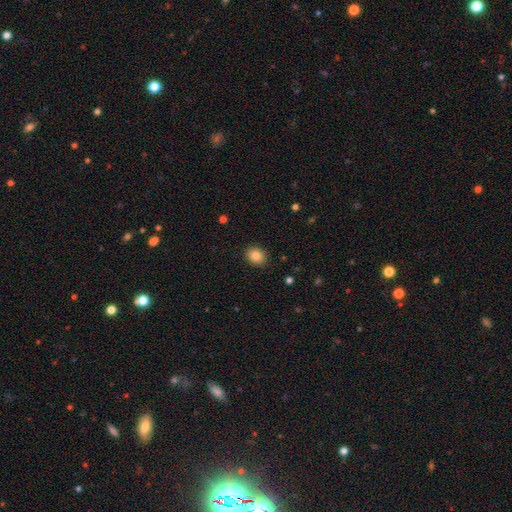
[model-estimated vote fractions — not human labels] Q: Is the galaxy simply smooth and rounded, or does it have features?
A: smooth — 84%.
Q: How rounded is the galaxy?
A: round — 57%.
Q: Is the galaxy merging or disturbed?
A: none — 90%.